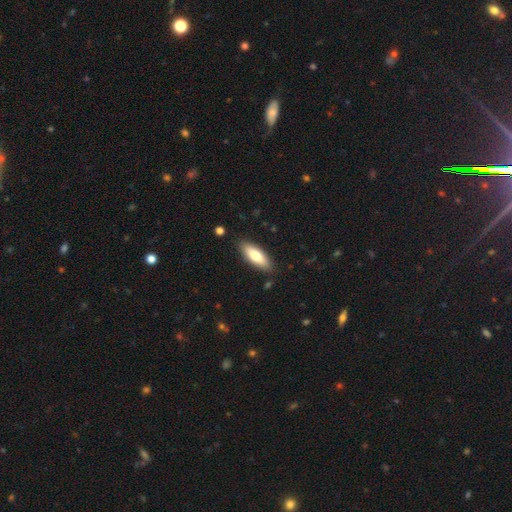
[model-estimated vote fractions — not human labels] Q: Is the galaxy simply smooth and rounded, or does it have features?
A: smooth — 76%.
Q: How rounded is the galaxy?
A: in between — 66%.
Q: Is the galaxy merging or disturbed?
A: none — 87%.